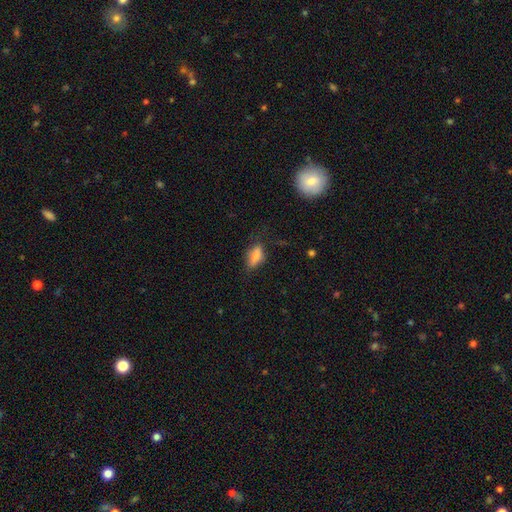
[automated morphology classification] Smooth or featured? smooth (76%)
How rounded? in between (81%)
Merging? none (61%)